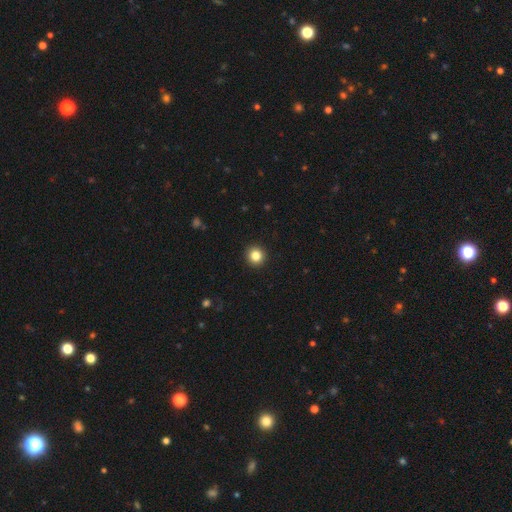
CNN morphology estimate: This is clearly a smooth galaxy (84%). How rounded: clearly round (95%). Merging: clearly none (93%).